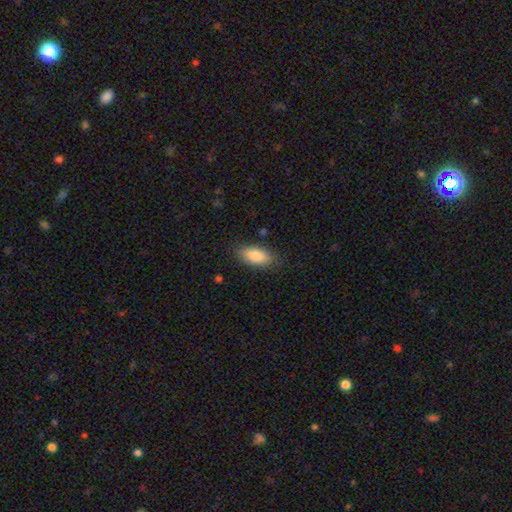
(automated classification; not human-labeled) Overall: smooth (86%). How rounded: in between (90%). Merging: none (80%).